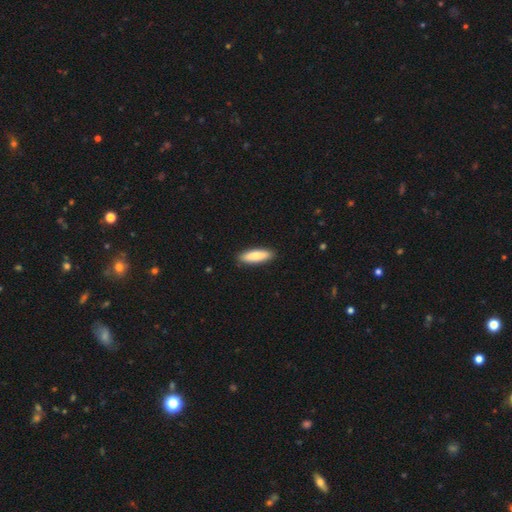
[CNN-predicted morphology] A smooth galaxy with no disk features (84%) that is cigar-shaped (53%). Merging: none (90%).